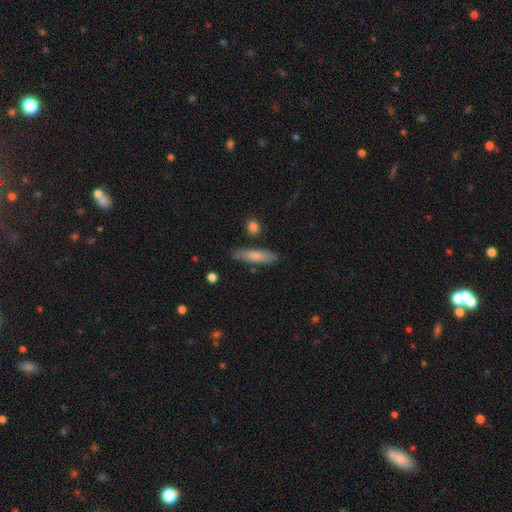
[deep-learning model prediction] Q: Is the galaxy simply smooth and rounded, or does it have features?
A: smooth — 73%.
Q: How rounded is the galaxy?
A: cigar-shaped — 75%.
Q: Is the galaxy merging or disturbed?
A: none — 82%.